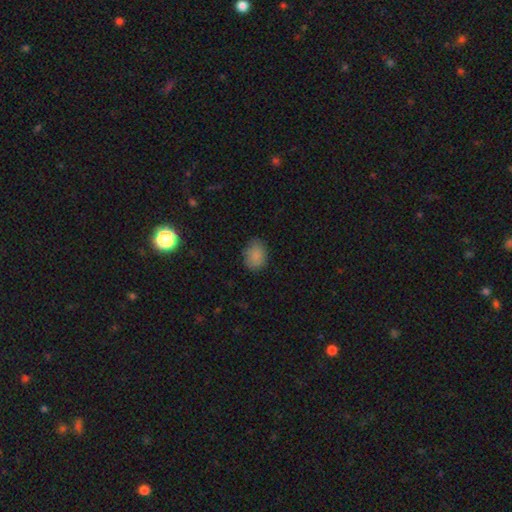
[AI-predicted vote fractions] smooth 86%, star or artifact 9%, featured or disk 5%. Down the decision tree: how rounded — in between (60%); merging — none (79%).